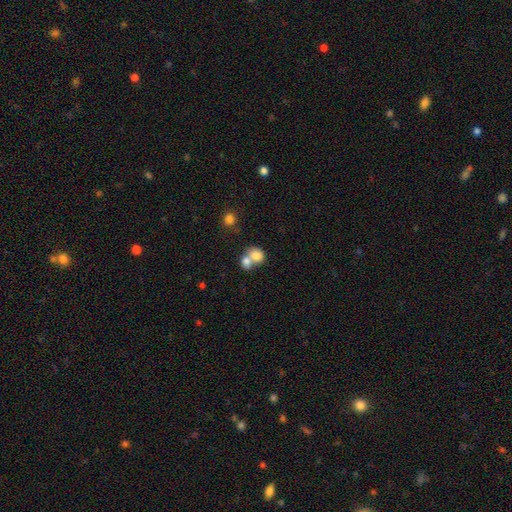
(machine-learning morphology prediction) Smooth or featured?
  - smooth: 77% *
  - featured or disk: 14%
  - star or artifact: 9%
How rounded?
  - round: 52% *
  - in between: 47%
  - cigar-shaped: 1%
Merging?
  - merger: 66% *
  - none: 24%
  - minor disturbance: 7%
  - major disturbance: 3%